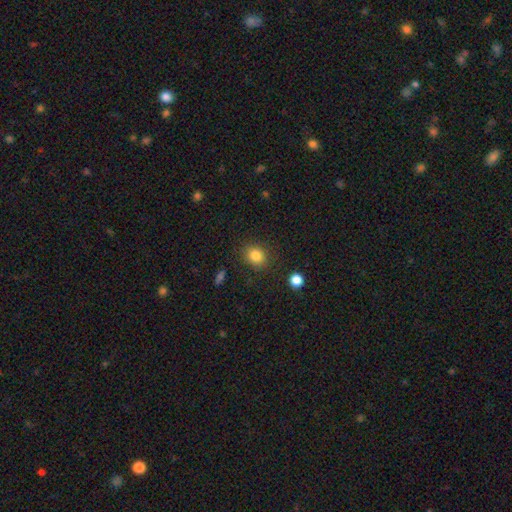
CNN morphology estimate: smooth 84%, star or artifact 10%, featured or disk 6%. Down the decision tree: how rounded — round (63%); merging — none (84%).